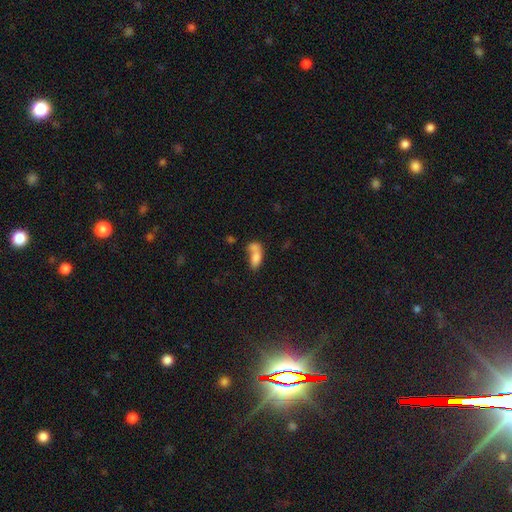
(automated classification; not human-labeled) This is likely a smooth galaxy (74%). How rounded: clearly in between (80%). Merging: possibly merger (52%).